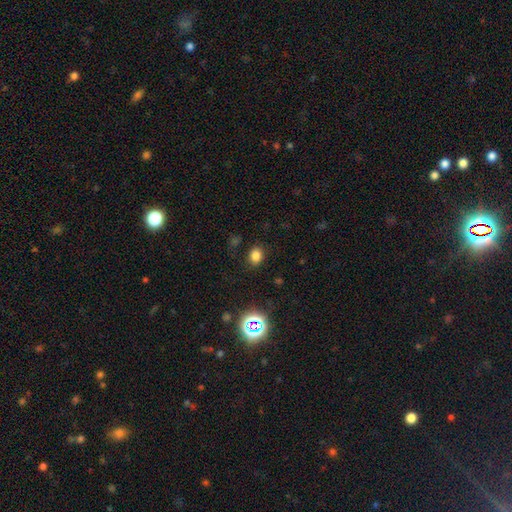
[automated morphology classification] Smooth or featured? Predicted: smooth (p=0.78). How rounded? Predicted: round (p=0.53). Merging? Predicted: none (p=0.85).